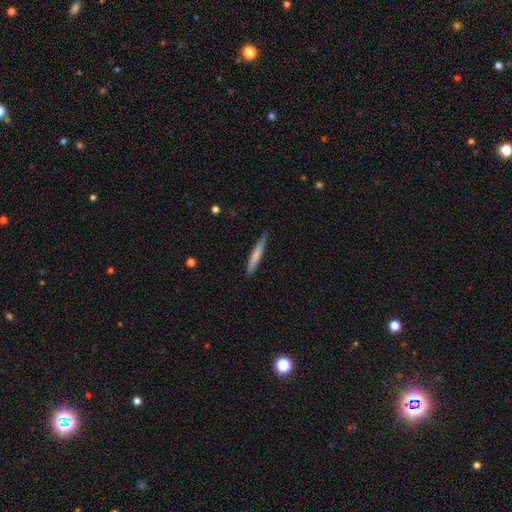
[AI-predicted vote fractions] Smooth or featured? smooth (73%)
How rounded? cigar-shaped (94%)
Merging? none (82%)